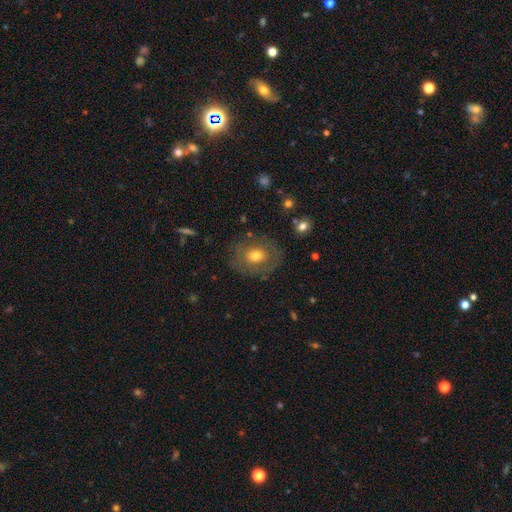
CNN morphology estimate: Smooth or featured? smooth (58%)
How rounded? round (52%)
Merging? none (76%)